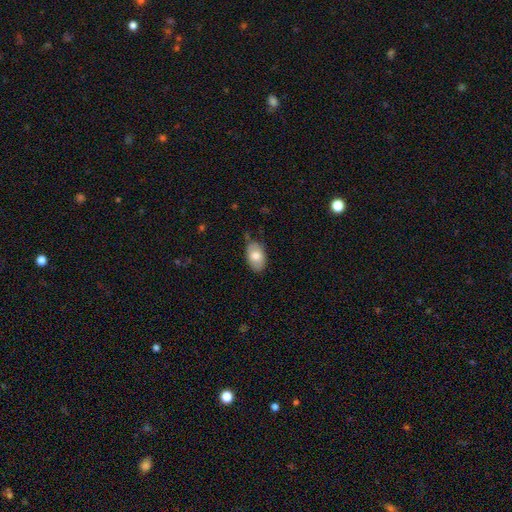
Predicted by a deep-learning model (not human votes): smooth_or_featured: smooth (p=0.79) [alt: featured or disk p=0.15]
how_rounded: in between (p=0.92) [alt: round p=0.06]
merging: none (p=0.76) [alt: minor disturbance p=0.19]